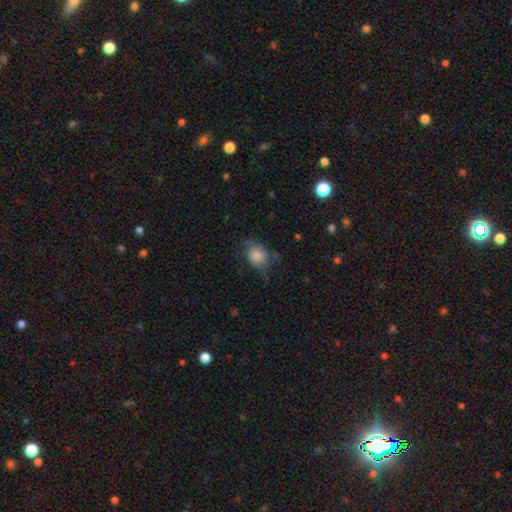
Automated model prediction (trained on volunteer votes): smooth-or-featured: smooth: 61% | featured or disk: 28% | star or artifact: 11%
  how-rounded: round: 51% | in between: 48% | cigar-shaped: 1%
  merging: none: 53% | minor disturbance: 29% | major disturbance: 17% | merger: 2%